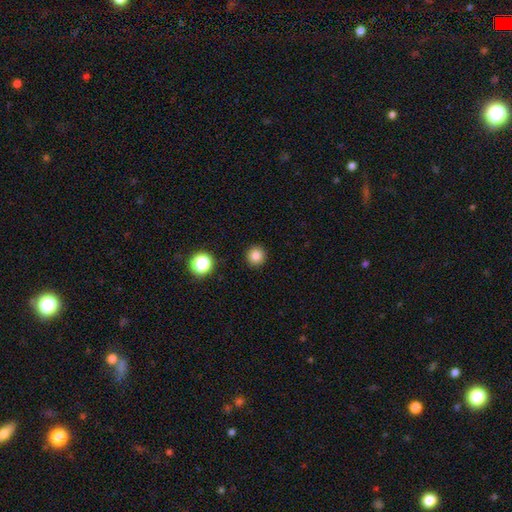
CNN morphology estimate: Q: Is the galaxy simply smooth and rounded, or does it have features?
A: smooth — 83%.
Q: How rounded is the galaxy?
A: round — 94%.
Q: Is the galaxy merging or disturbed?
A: none — 92%.